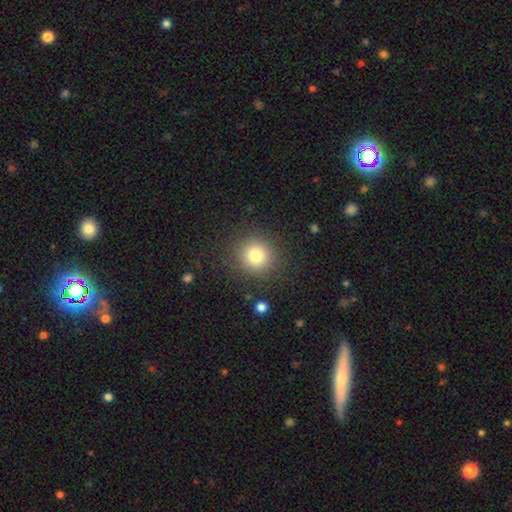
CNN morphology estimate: A smooth galaxy with no disk features (79%) that is round (92%).

Vote fractions:
- Smooth or featured? smooth: 79% / star or artifact: 13% / featured or disk: 8%
- How rounded? round: 92% / in between: 7% / cigar-shaped: 1%
- Merging? none: 88% / minor disturbance: 7% / major disturbance: 3% / merger: 2%